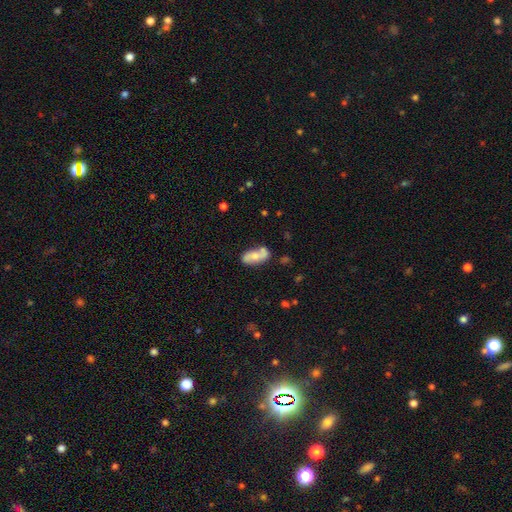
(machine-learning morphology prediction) featured or disk 47%, smooth 45%, star or artifact 7%. Down the decision tree: merging — none (59%).